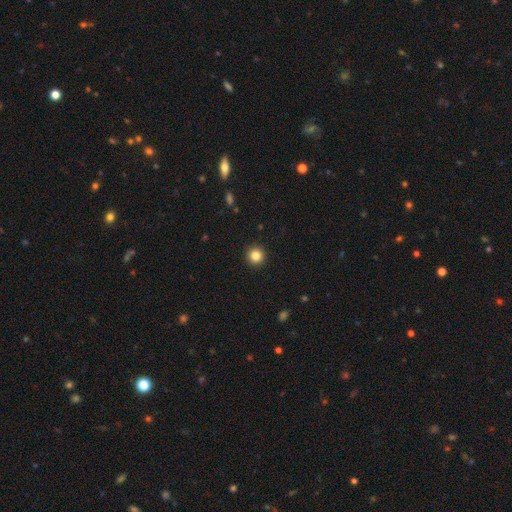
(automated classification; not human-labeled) Smooth or featured? smooth (84%)
How rounded? round (95%)
Merging? none (93%)